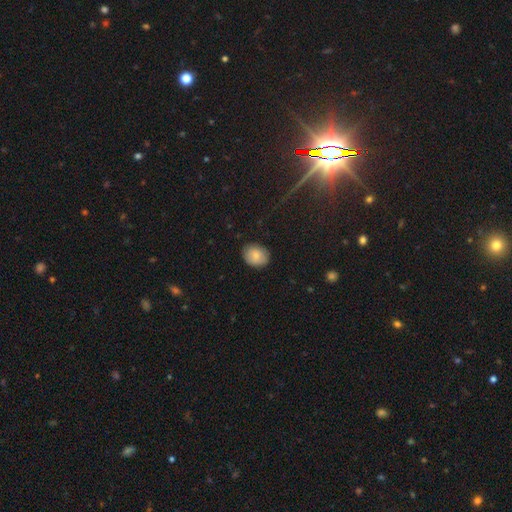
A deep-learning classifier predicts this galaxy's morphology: smooth 82%, featured or disk 10%, star or artifact 8%. Down the decision tree: how rounded — in between (51%); merging — none (83%).